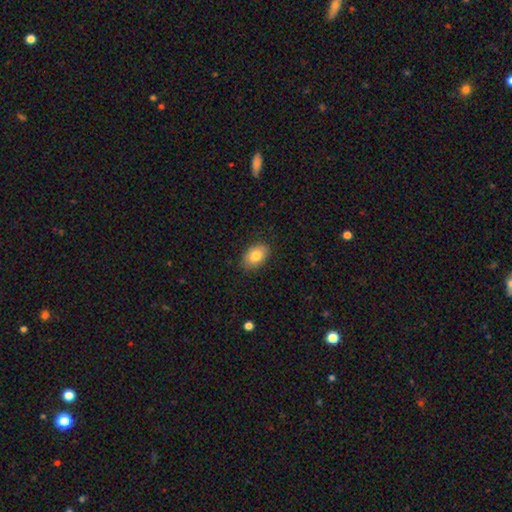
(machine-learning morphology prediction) This appears to be a smooth galaxy with no disk features (83%) that is in between round and cigar-shaped (88%). Merging: none (85%).